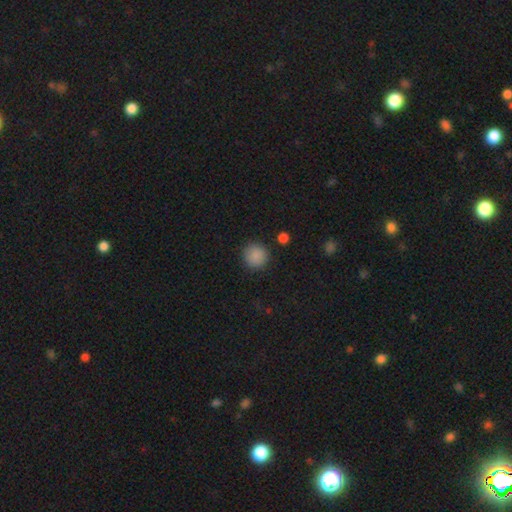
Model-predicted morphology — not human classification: Overall: smooth (88%). How rounded: round (94%). Merging: none (90%).